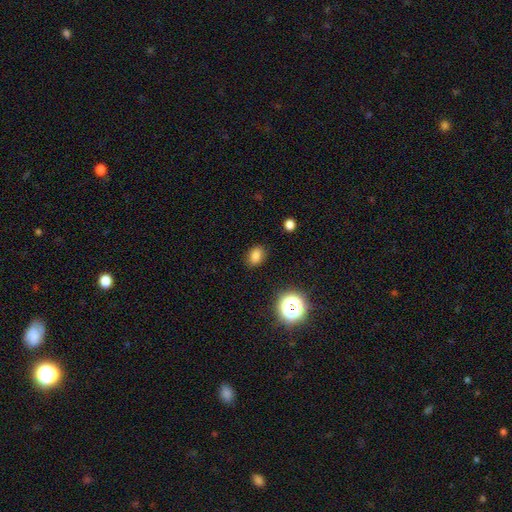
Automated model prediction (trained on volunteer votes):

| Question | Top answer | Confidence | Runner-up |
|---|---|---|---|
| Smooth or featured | smooth | 78% | star or artifact (16%) |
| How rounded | in between | 72% | round (27%) |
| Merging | none | 86% | minor disturbance (10%) |